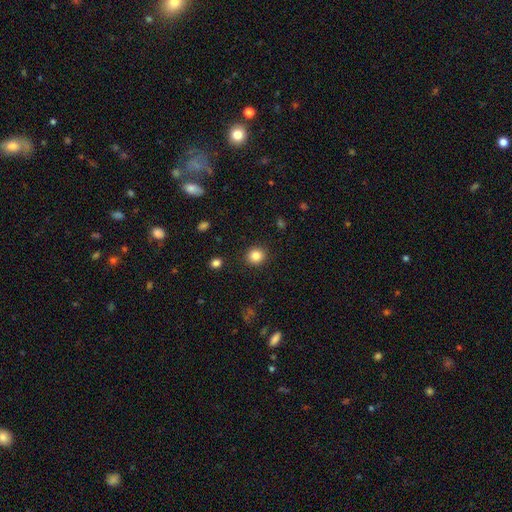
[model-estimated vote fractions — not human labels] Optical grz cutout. It shows a smooth galaxy with no disk features (84%) that is round (88%). Merging: none (91%).